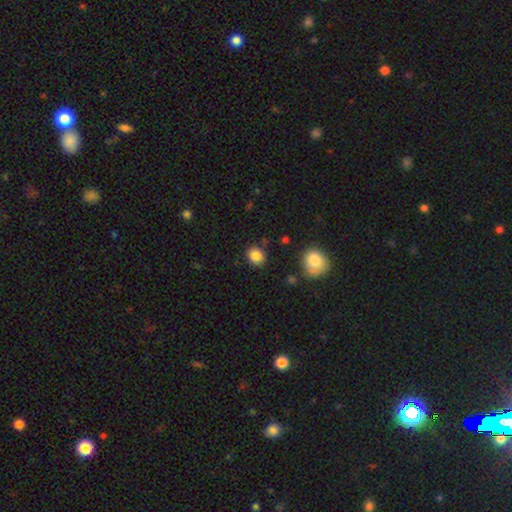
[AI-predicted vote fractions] smooth-or-featured: smooth: 85% | star or artifact: 10% | featured or disk: 5%
  how-rounded: round: 68% | in between: 31% | cigar-shaped: 1%
  merging: none: 85% | minor disturbance: 10% | major disturbance: 3% | merger: 2%